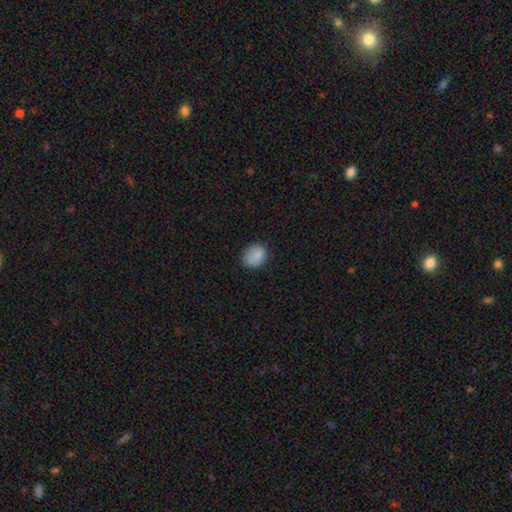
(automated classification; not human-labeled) Smooth or featured? smooth (86%)
How rounded? round (58%)
Merging? none (78%)